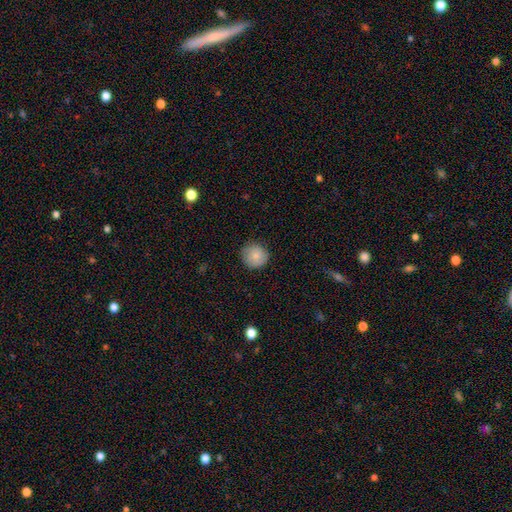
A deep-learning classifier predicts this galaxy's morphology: Smooth or featured? Predicted: smooth (p=0.84). How rounded? Predicted: round (p=0.94). Merging? Predicted: none (p=0.86).